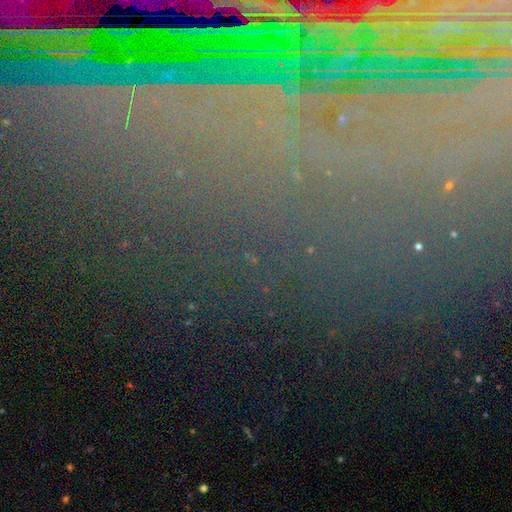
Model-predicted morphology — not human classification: A star or artifact, not a galaxy (66%).